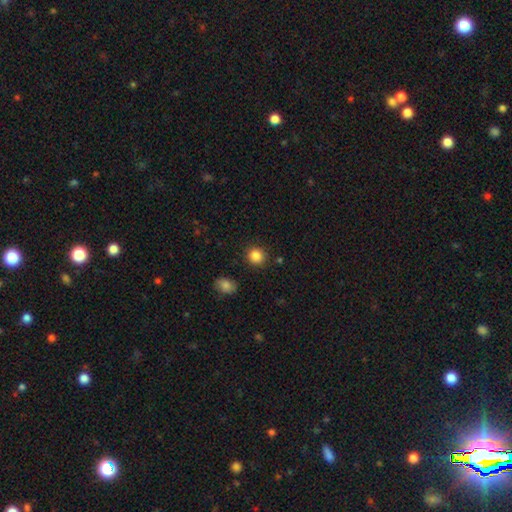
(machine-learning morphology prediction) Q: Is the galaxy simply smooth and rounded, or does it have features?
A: smooth — 86%.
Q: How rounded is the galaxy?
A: round — 88%.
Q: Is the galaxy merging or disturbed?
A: none — 89%.